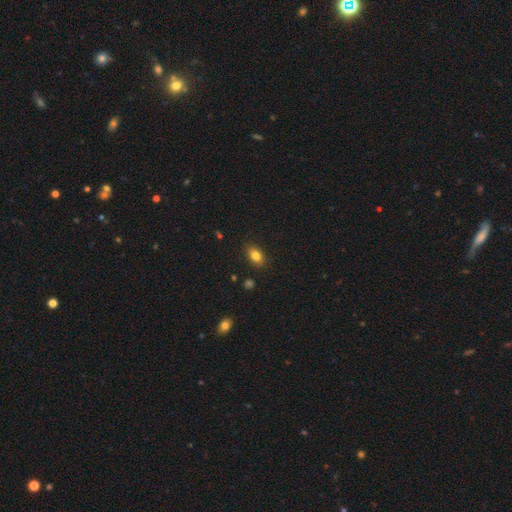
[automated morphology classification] Q: Smooth or featured?
A: smooth (83%); runner-up: star or artifact (10%)
Q: How rounded?
A: in between (83%); runner-up: round (14%)
Q: Merging?
A: none (87%); runner-up: minor disturbance (10%)